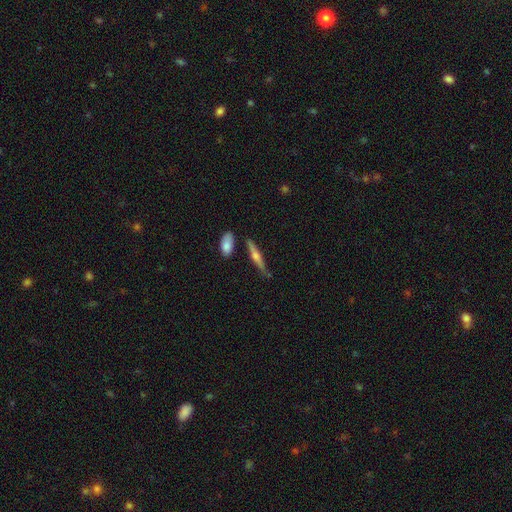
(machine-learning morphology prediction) Smooth or featured: featured or disk — 66% (smooth — 28%)
Edge-on disk: yes — 96% (no — 4%)
Edge-on bulge: rounded — 87% (none — 6%)
Merging: none — 79% (minor disturbance — 12%)